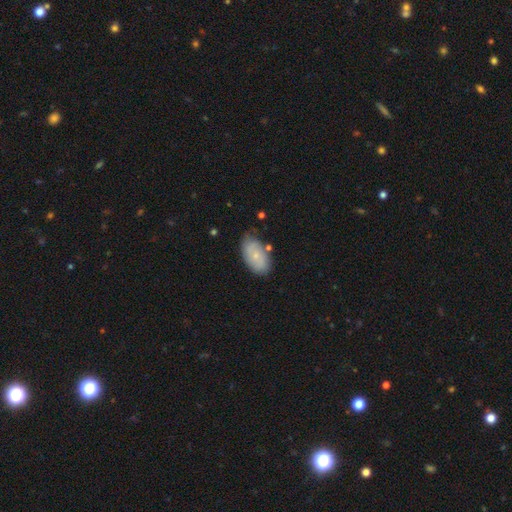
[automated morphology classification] The model was most divided on "smooth or featured": smooth: 64%, featured or disk: 29%, star or artifact: 7%. More confident: how rounded — in between (93%); merging — none (70%).